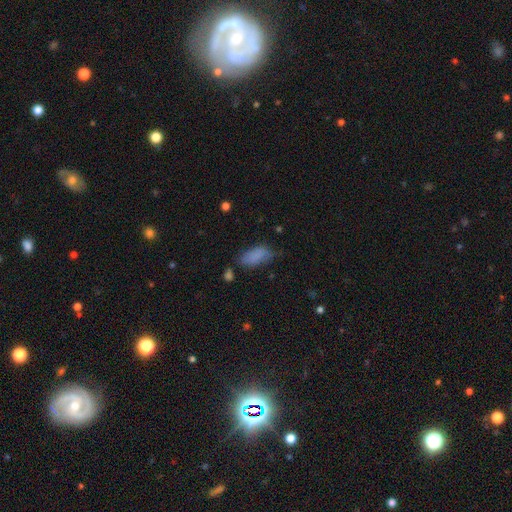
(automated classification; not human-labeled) Smooth or featured?
  - smooth: 81% *
  - featured or disk: 10%
  - star or artifact: 9%
How rounded?
  - in between: 87% *
  - cigar-shaped: 10%
  - round: 3%
Merging?
  - none: 58% *
  - minor disturbance: 29%
  - major disturbance: 10%
  - merger: 4%